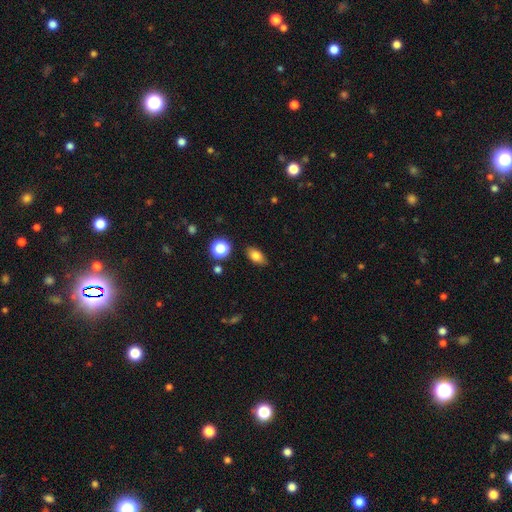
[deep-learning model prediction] Overall: smooth (79%). How rounded: in between (86%). Merging: none (85%).